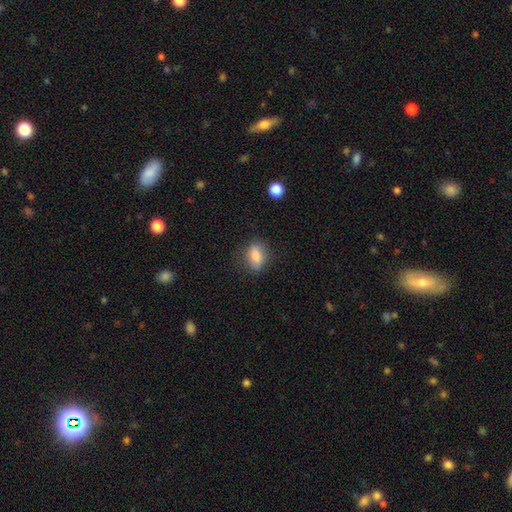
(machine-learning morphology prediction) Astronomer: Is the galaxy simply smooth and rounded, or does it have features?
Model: smooth — 82%.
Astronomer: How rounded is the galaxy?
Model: in between — 76%.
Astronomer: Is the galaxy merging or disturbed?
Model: none — 76%.